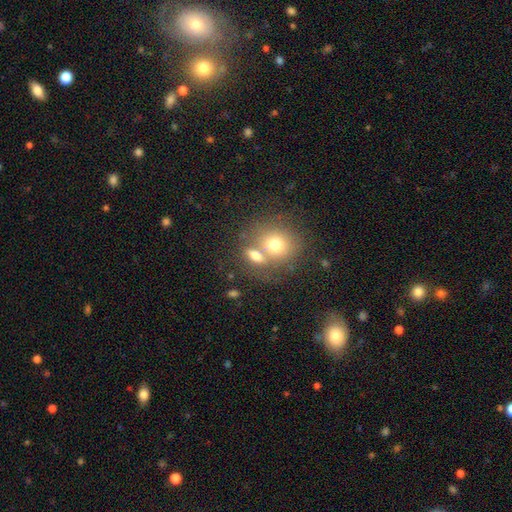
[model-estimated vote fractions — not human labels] smooth-or-featured: smooth: 70% | featured or disk: 20% | star or artifact: 10%
  how-rounded: in between: 52% | round: 43% | cigar-shaped: 5%
  merging: merger: 49% | none: 37% | minor disturbance: 9% | major disturbance: 5%